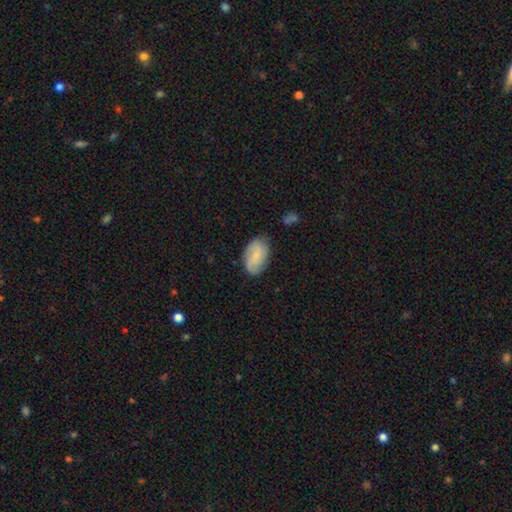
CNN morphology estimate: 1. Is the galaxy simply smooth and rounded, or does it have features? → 50% smooth, 43% featured or disk, 7% star or artifact.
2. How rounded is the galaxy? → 91% in between, 7% round, 2% cigar-shaped.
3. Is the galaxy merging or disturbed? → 73% none, 21% minor disturbance, 5% major disturbance, 2% merger.